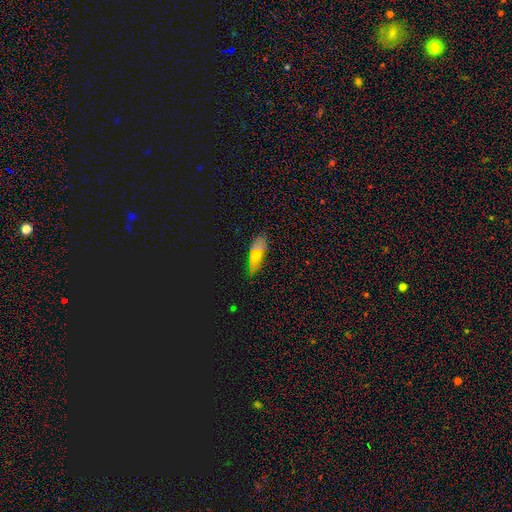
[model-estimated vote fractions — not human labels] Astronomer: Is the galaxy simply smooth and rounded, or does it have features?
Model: smooth — 55%.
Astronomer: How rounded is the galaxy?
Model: in between — 71%.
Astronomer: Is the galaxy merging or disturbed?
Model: none — 77%.